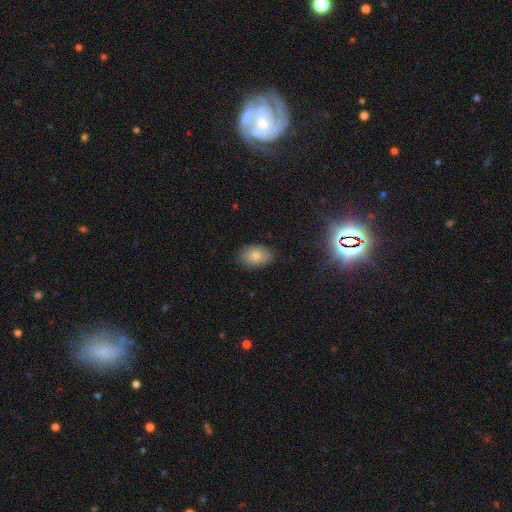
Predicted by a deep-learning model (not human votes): Smooth or featured?
  - smooth: 79% *
  - featured or disk: 12%
  - star or artifact: 9%
How rounded?
  - in between: 83% *
  - round: 16%
  - cigar-shaped: 1%
Merging?
  - none: 81% *
  - minor disturbance: 15%
  - major disturbance: 3%
  - merger: 1%